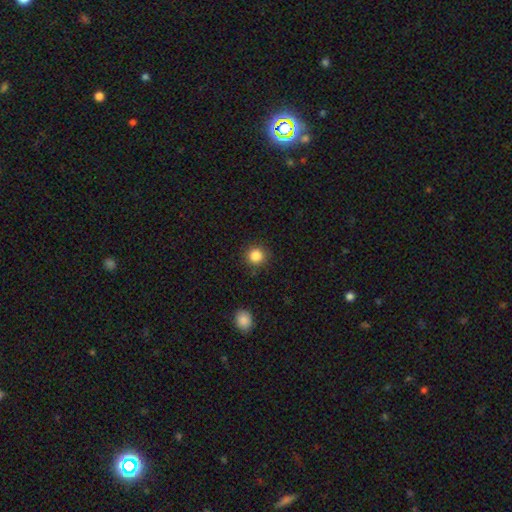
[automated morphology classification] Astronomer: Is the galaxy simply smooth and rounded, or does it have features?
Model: smooth — 86%.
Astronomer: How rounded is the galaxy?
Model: round — 93%.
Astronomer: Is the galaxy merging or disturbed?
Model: none — 89%.